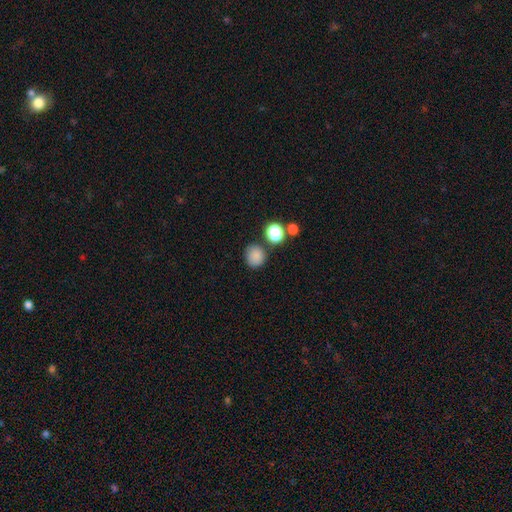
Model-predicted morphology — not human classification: type=smooth (82%); roundness=round (84%); merging=none (77%).